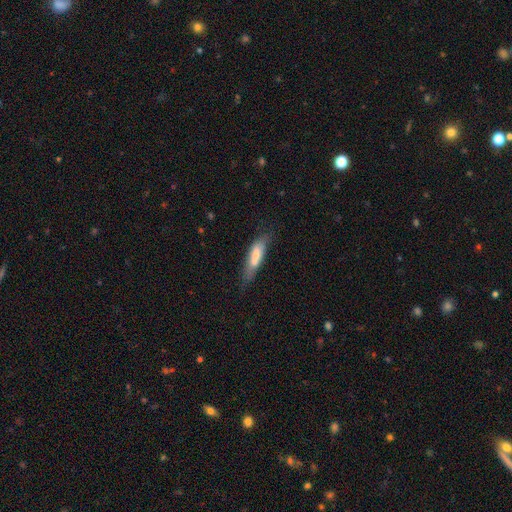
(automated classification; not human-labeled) This appears to be a smooth galaxy with no disk features (67%) that is cigar-shaped (67%). Merging: none (58%).